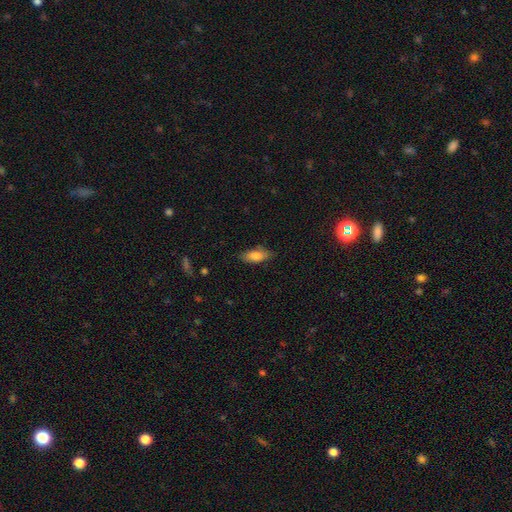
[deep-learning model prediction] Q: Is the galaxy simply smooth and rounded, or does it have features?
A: smooth — 80%.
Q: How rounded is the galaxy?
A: in between — 78%.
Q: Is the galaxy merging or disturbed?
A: none — 80%.